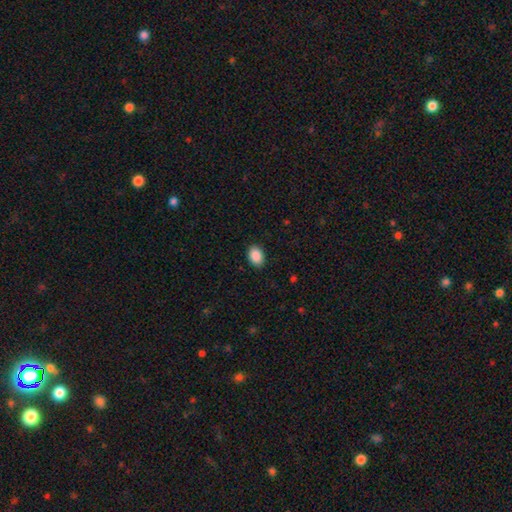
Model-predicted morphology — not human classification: A smooth galaxy with no disk features (90%) that is in between round and cigar-shaped (82%). Merging: none (89%).